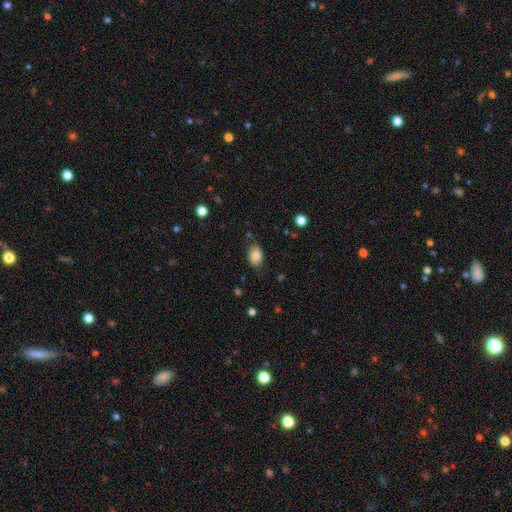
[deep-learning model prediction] Smooth or featured? Predicted: smooth (p=0.82). How rounded? Predicted: in between (p=0.86). Merging? Predicted: none (p=0.78).